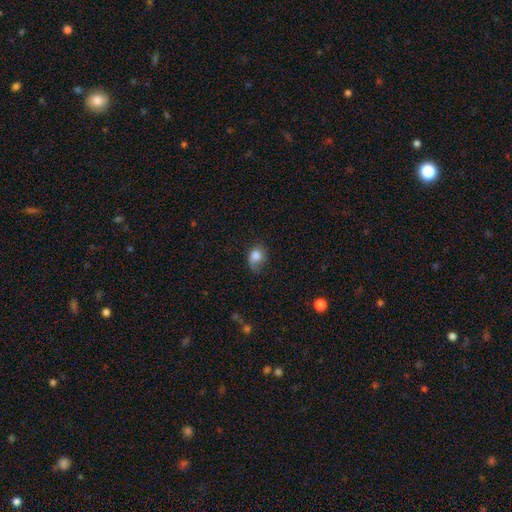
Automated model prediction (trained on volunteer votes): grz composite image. It shows a smooth galaxy with no disk features (77%) that is in between round and cigar-shaped (57%). Merging: none (44%).